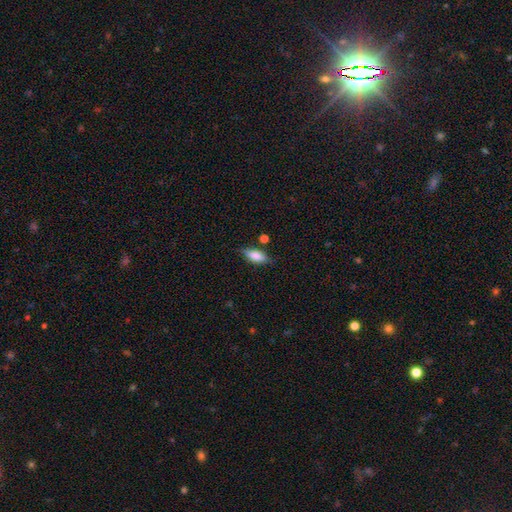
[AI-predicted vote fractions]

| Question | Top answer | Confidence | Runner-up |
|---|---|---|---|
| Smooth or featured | smooth | 75% | featured or disk (18%) |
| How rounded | in between | 74% | cigar-shaped (23%) |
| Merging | none | 75% | minor disturbance (17%) |